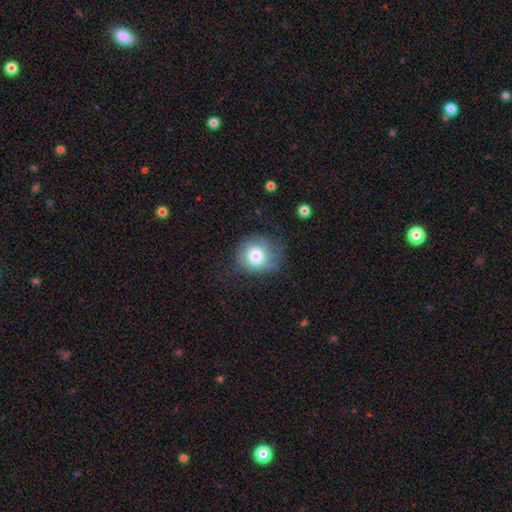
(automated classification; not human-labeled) Morphology: type=smooth (60%); roundness=round (87%); merging=none (59%).